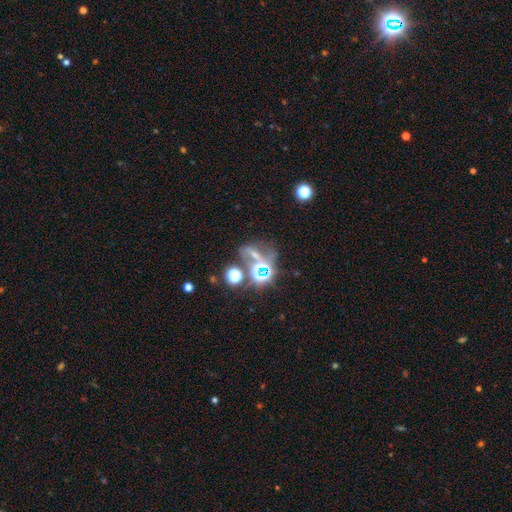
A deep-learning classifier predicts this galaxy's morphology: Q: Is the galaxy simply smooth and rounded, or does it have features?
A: star or artifact — 54%.